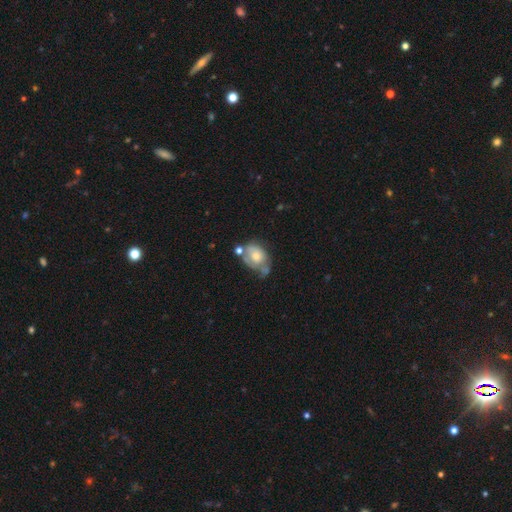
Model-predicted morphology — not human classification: Smooth or featured? Predicted: smooth (p=0.49). Merging? Predicted: minor disturbance (p=0.29, tied with none).